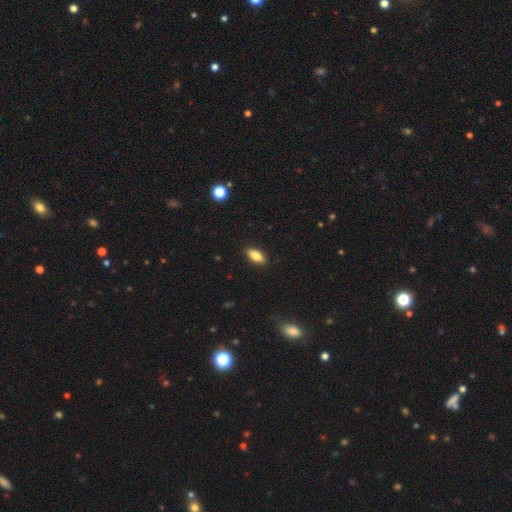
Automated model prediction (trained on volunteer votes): smooth_or_featured: smooth (p=0.82) [alt: featured or disk p=0.11]
how_rounded: in between (p=0.81) [alt: cigar-shaped p=0.16]
merging: none (p=0.89) [alt: minor disturbance p=0.08]